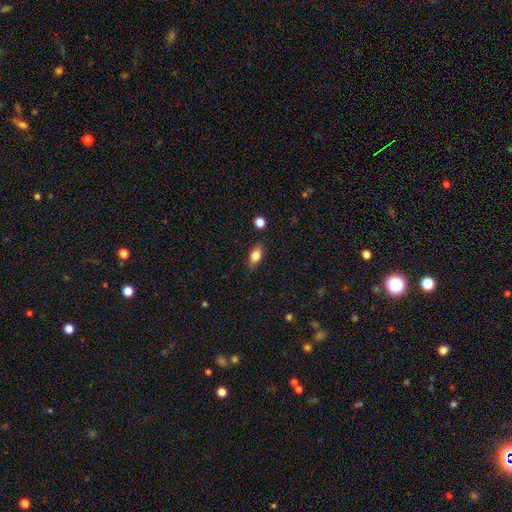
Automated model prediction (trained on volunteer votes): The model was most divided on "smooth or featured": smooth: 74%, featured or disk: 18%, star or artifact: 8%. More confident: merging — none (82%); how rounded — in between (81%).